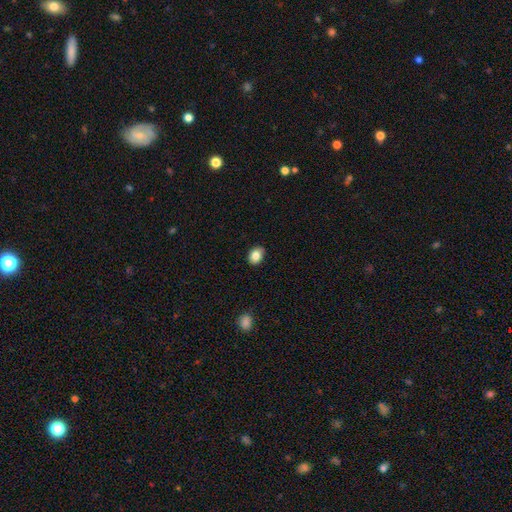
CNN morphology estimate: Smooth or featured?
  - smooth: 84% *
  - star or artifact: 8%
  - featured or disk: 8%
How rounded?
  - in between: 67% *
  - round: 32%
  - cigar-shaped: 1%
Merging?
  - none: 85% *
  - minor disturbance: 12%
  - major disturbance: 2%
  - merger: 1%